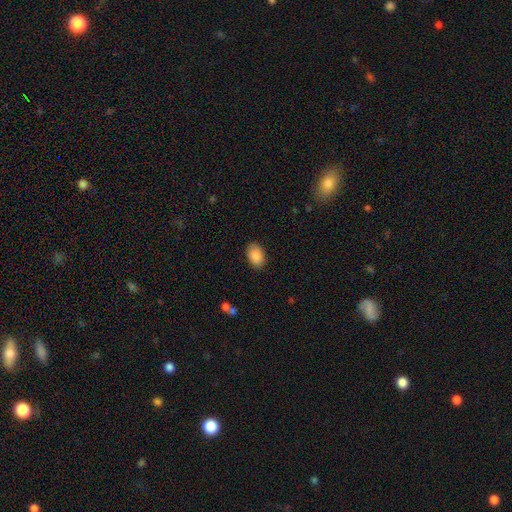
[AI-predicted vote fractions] Smooth or featured? smooth (89%)
How rounded? in between (88%)
Merging? none (86%)